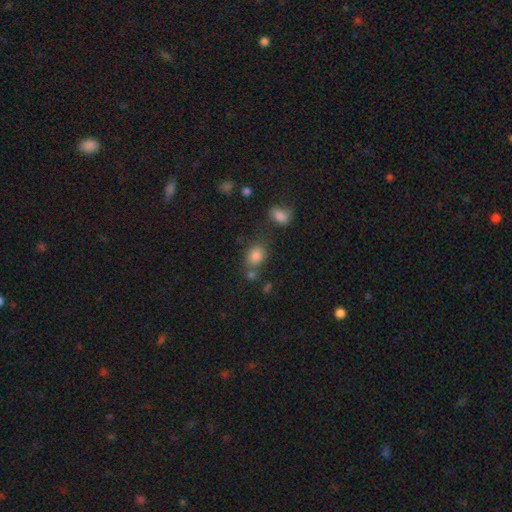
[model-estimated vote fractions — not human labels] Smooth or featured? Predicted: smooth (p=0.82). How rounded? Predicted: in between (p=0.69). Merging? Predicted: none (p=0.61).